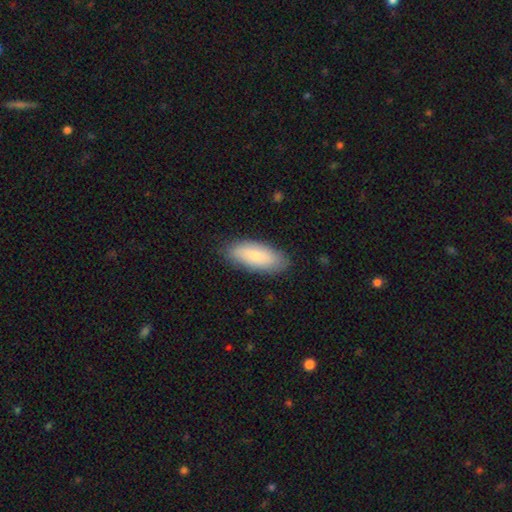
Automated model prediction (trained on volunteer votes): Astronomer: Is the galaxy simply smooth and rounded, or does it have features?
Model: smooth — 79%.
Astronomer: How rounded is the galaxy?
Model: in between — 79%.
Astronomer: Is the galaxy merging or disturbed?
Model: none — 84%.